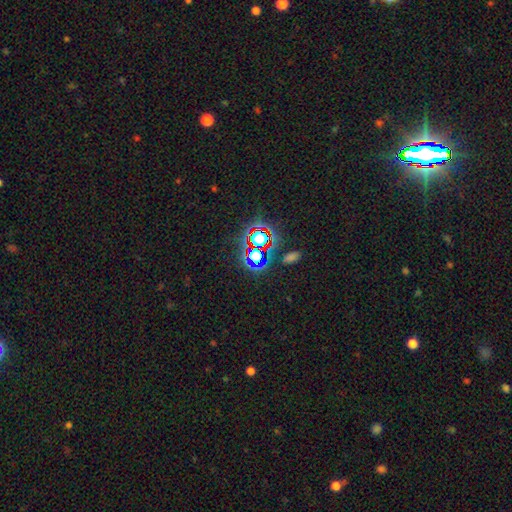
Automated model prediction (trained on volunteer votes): smooth_or_featured: star or artifact (p=0.69) [alt: smooth p=0.19]